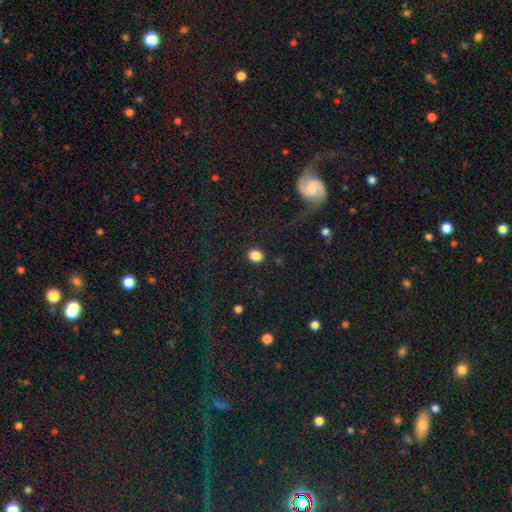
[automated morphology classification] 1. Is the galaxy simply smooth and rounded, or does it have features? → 86% smooth, 10% star or artifact, 4% featured or disk.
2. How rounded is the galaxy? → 70% round, 29% in between, 1% cigar-shaped.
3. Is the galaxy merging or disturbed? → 90% none, 6% minor disturbance, 3% major disturbance, 1% merger.